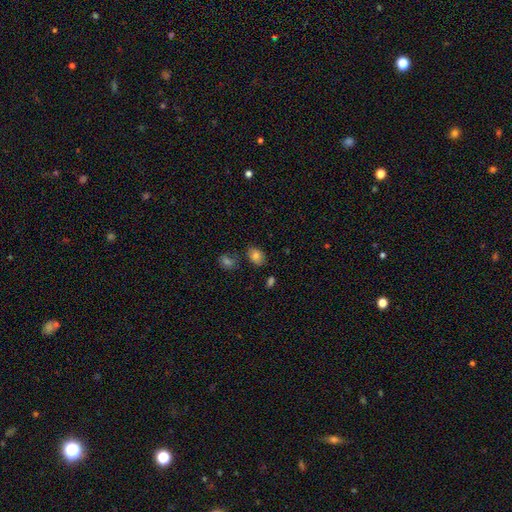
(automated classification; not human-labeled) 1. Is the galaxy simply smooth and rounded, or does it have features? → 80% smooth, 11% star or artifact, 9% featured or disk.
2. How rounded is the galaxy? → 66% in between, 33% round, 1% cigar-shaped.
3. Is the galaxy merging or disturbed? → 77% none, 14% minor disturbance, 6% merger, 3% major disturbance.